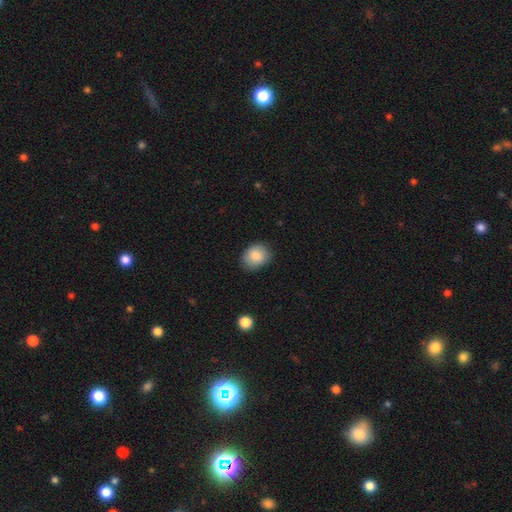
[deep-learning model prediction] smooth_or_featured: smooth (p=0.86) [alt: star or artifact p=0.08]
how_rounded: in between (p=0.53) [alt: round p=0.46]
merging: none (p=0.80) [alt: minor disturbance p=0.16]